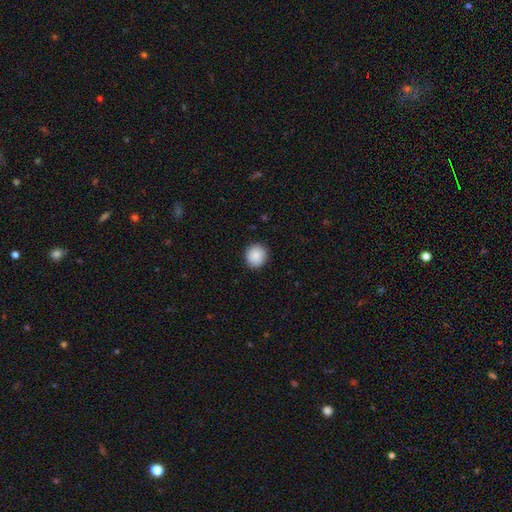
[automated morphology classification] smooth 88%, star or artifact 8%, featured or disk 5%. Down the decision tree: how rounded — round (92%); merging — none (91%).